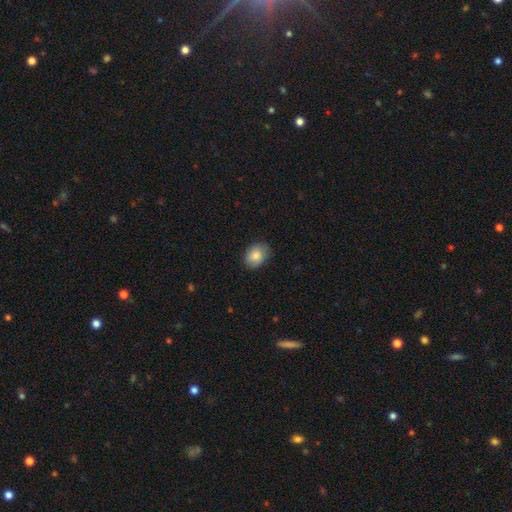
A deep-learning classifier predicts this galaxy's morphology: The model was most divided on "how rounded": in between: 70%, round: 29%, cigar-shaped: 1%. More confident: smooth or featured — smooth (85%); merging — none (80%).